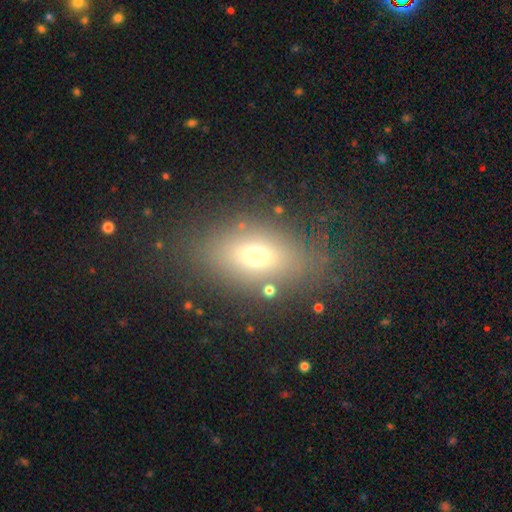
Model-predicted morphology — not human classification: smooth_or_featured: smooth (p=0.65) [alt: featured or disk p=0.19]
how_rounded: in between (p=0.79) [alt: round p=0.16]
merging: none (p=0.76) [alt: minor disturbance p=0.13]